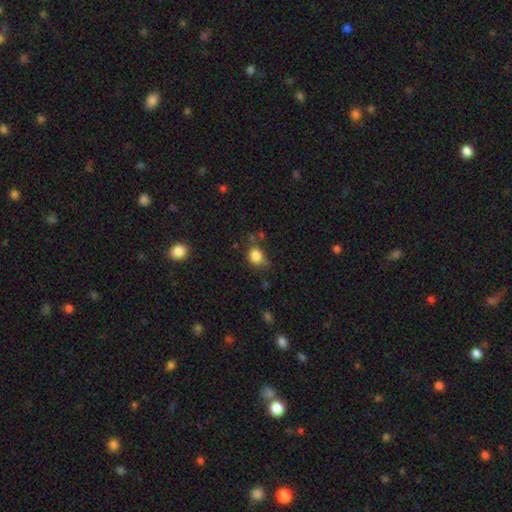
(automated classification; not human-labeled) Smooth or featured? Predicted: smooth (p=0.83). How rounded? Predicted: round (p=0.70). Merging? Predicted: none (p=0.60).